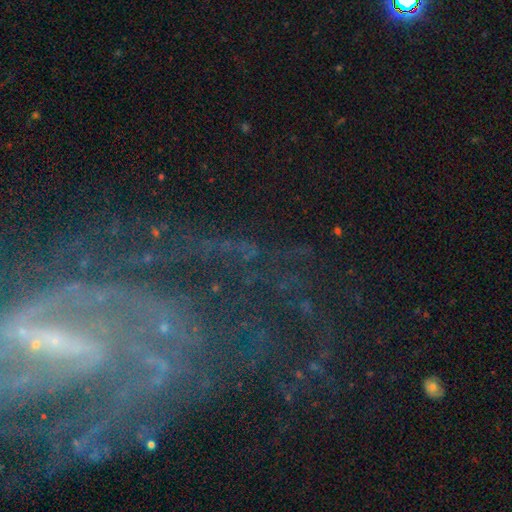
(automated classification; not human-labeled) Smooth or featured? Predicted: featured or disk (p=0.66). Edge-on disk? Predicted: no (p=0.94). Bar? Predicted: no (p=0.42). Spiral arms? Predicted: yes (p=0.84). Spiral winding? Predicted: tight (p=0.53). Spiral arm count? Predicted: can't tell (p=0.30). Bulge size? Predicted: small (p=0.62). Merging? Predicted: none (p=0.60).